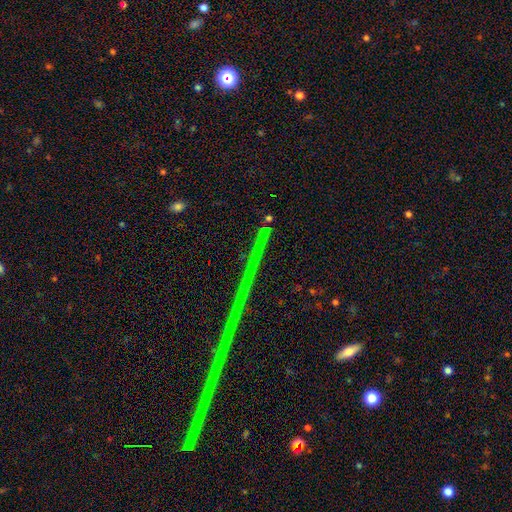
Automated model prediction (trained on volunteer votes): Smooth or featured? Predicted: star or artifact (p=0.84).